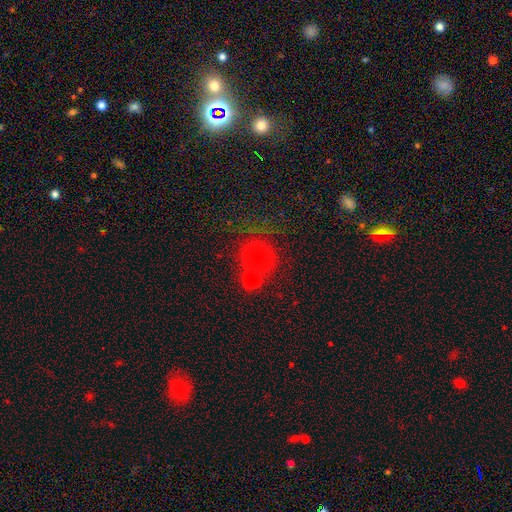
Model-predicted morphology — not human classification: This is possibly a smooth galaxy (55%). How rounded: clearly round (90%). Merging: likely none (65%).